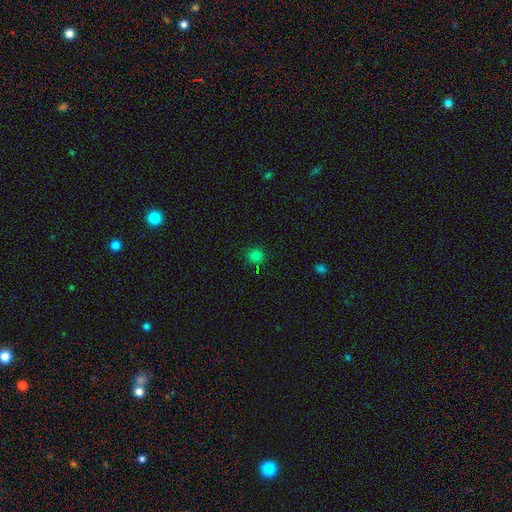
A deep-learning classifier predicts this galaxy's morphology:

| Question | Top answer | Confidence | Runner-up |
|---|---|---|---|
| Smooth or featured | smooth | 79% | star or artifact (17%) |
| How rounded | round | 92% | in between (7%) |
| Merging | none | 88% | minor disturbance (8%) |